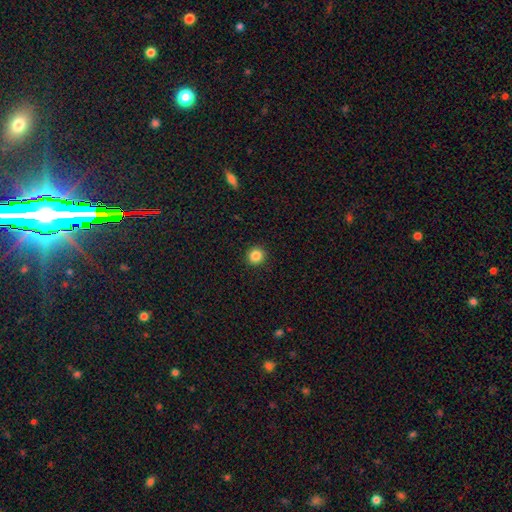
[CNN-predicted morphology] A smooth galaxy with no disk features (86%) that is round (92%). Merging: none (92%).